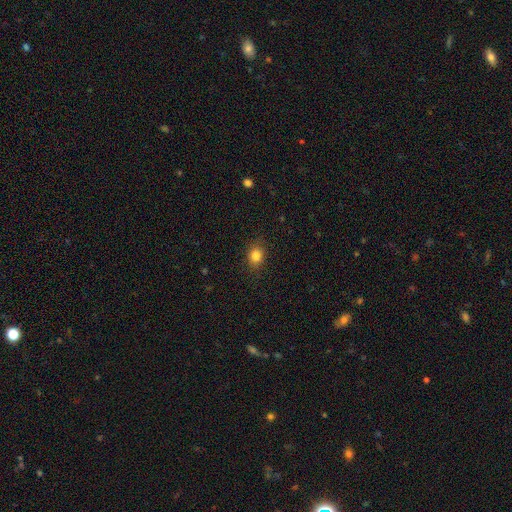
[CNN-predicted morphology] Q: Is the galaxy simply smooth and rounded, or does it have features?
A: smooth — 83%.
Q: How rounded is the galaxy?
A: round — 58%.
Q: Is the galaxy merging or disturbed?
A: none — 84%.